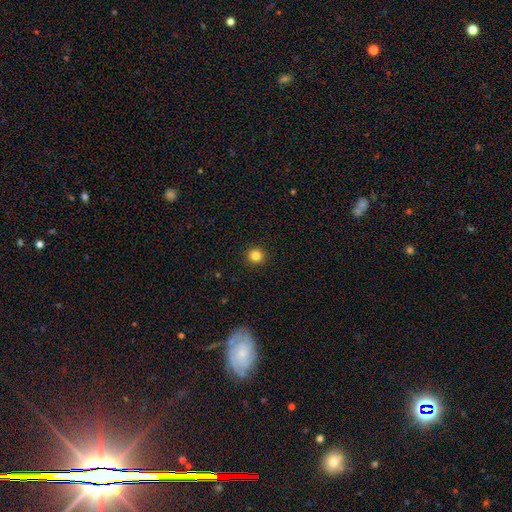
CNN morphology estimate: Smooth or featured?
  - smooth: 83% *
  - star or artifact: 12%
  - featured or disk: 5%
How rounded?
  - round: 93% *
  - in between: 6%
  - cigar-shaped: 1%
Merging?
  - none: 93% *
  - minor disturbance: 5%
  - major disturbance: 2%
  - merger: 1%